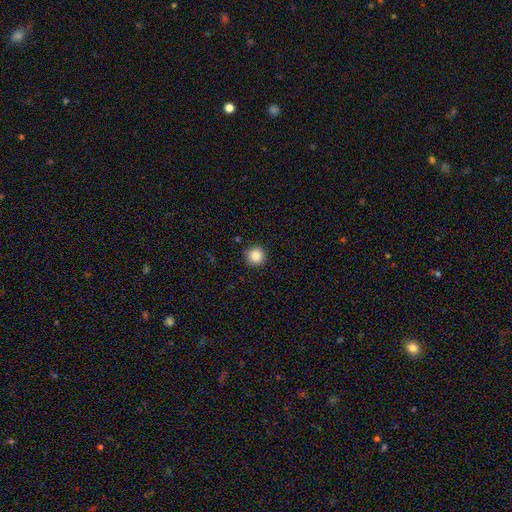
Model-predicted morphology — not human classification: Overall: smooth (87%). How rounded: round (96%). Merging: none (92%).